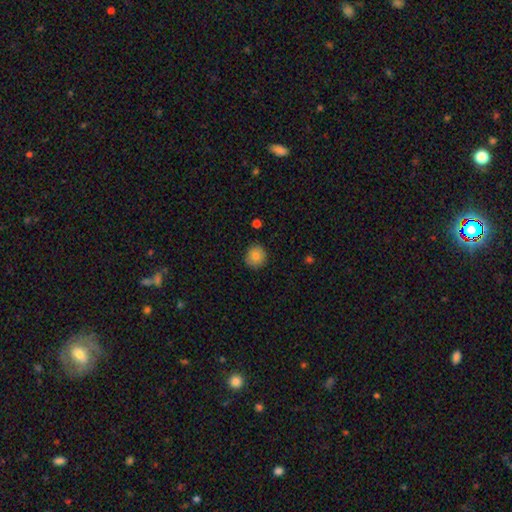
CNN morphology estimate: Q: Smooth or featured?
A: smooth (83%); runner-up: star or artifact (9%)
Q: How rounded?
A: round (88%); runner-up: in between (11%)
Q: Merging?
A: none (86%); runner-up: minor disturbance (10%)